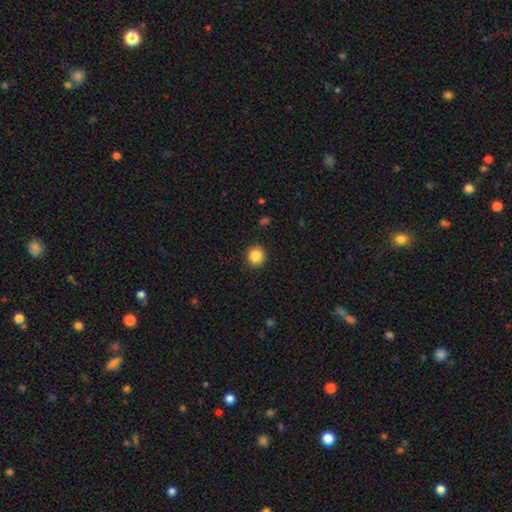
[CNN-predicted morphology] Smooth or featured?
  - smooth: 86% *
  - star or artifact: 10%
  - featured or disk: 4%
How rounded?
  - round: 90% *
  - in between: 9%
  - cigar-shaped: 1%
Merging?
  - none: 91% *
  - minor disturbance: 6%
  - major disturbance: 2%
  - merger: 1%